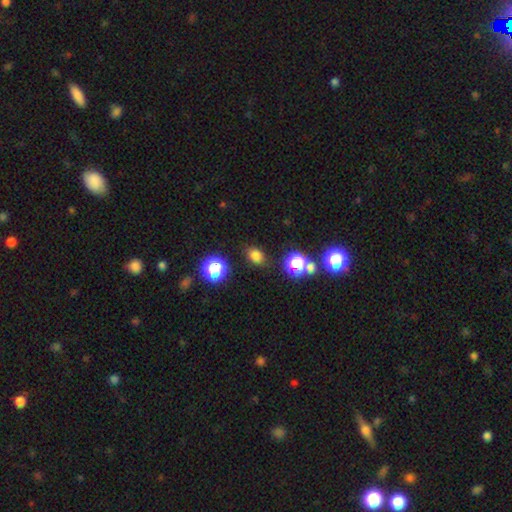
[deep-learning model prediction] Smooth or featured? smooth (73%)
How rounded? in between (59%)
Merging? none (83%)